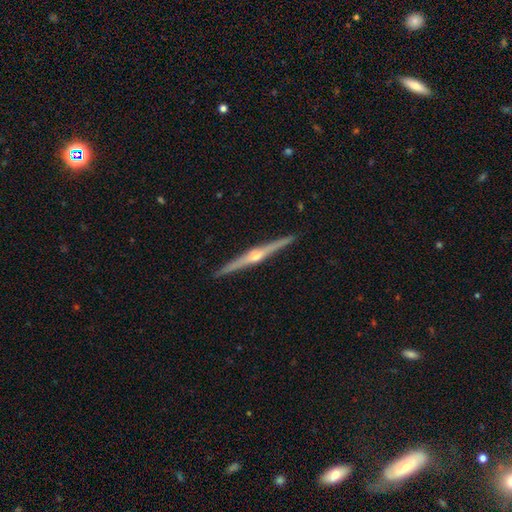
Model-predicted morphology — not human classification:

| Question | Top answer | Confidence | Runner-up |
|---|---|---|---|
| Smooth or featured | featured or disk | 84% | smooth (11%) |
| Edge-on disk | yes | 99% | no (1%) |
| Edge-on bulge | rounded | 92% | none (5%) |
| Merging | none | 93% | minor disturbance (5%) |